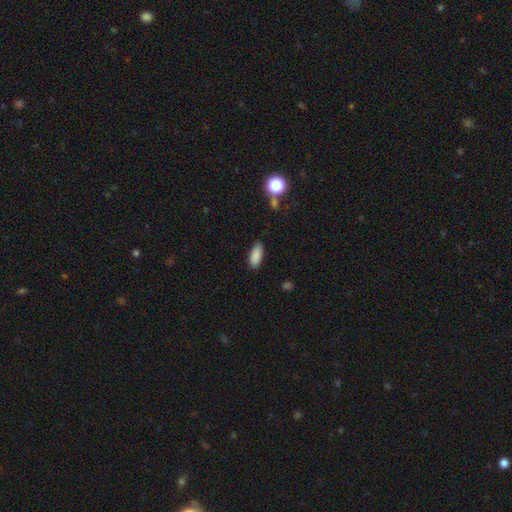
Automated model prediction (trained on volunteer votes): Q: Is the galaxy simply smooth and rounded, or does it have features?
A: smooth — 88%.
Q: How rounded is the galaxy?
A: in between — 85%.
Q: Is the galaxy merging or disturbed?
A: none — 81%.